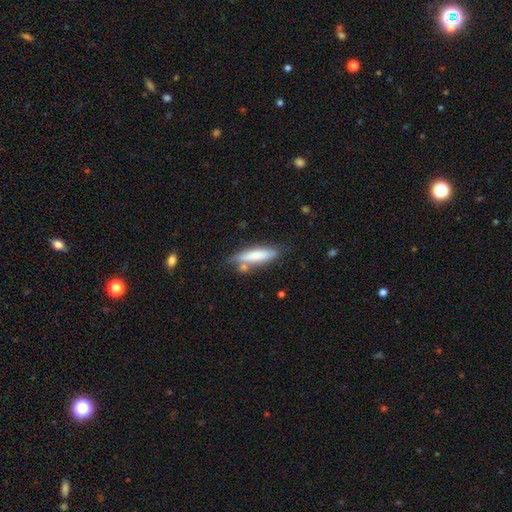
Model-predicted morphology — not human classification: Q: Smooth or featured?
A: smooth (73%); runner-up: featured or disk (21%)
Q: How rounded?
A: cigar-shaped (70%); runner-up: in between (28%)
Q: Merging?
A: none (63%); runner-up: minor disturbance (20%)